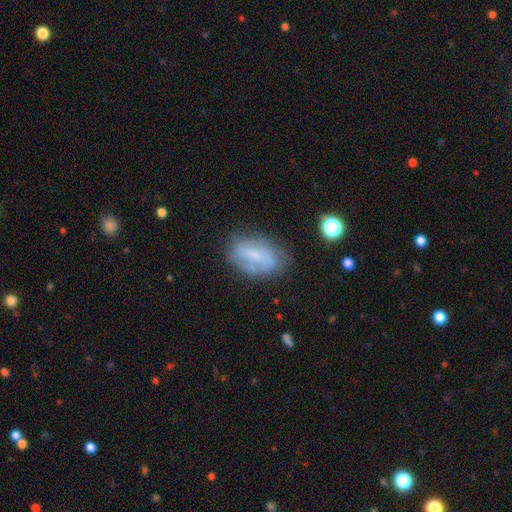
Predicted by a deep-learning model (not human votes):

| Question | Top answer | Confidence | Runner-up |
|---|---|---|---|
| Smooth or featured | featured or disk | 48% | smooth (43%) |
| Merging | none | 64% | minor disturbance (24%) |